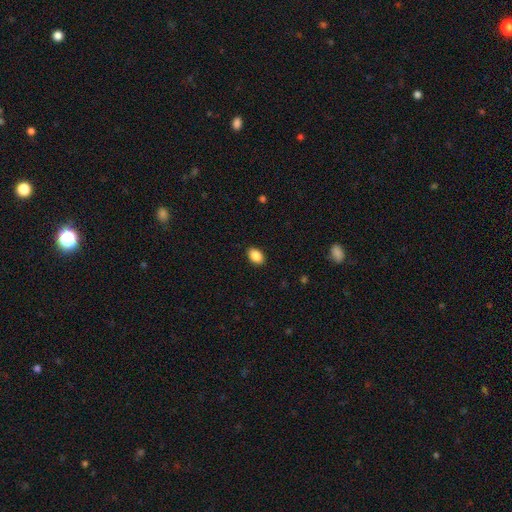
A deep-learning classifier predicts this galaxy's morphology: type=smooth (88%); roundness=in between (85%); merging=none (88%).